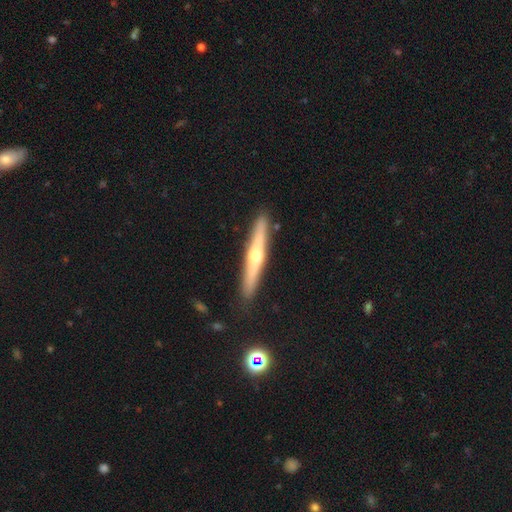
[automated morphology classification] featured or disk 66%, smooth 28%, star or artifact 6%. Down the decision tree: edge-on disk — yes (97%); edge-on bulge — rounded (88%); merging — none (90%).